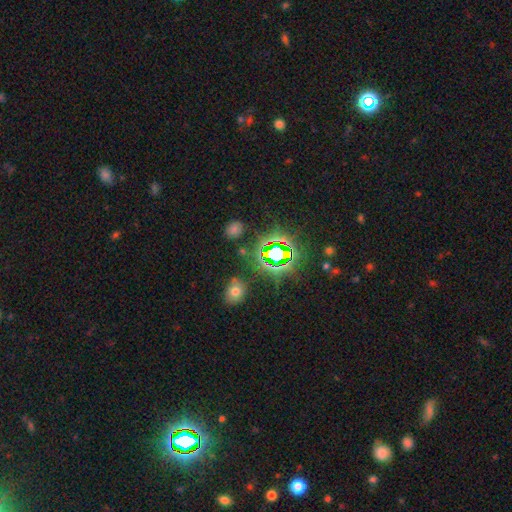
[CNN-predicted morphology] Q: Smooth or featured?
A: star or artifact (72%); runner-up: smooth (21%)